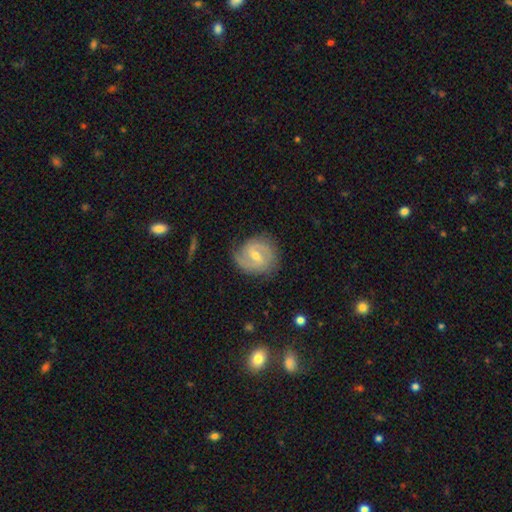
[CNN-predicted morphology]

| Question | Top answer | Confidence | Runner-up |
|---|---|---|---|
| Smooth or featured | featured or disk | 82% | smooth (12%) |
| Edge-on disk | no | 97% | yes (3%) |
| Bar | weak | 54% | strong (25%) |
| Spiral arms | yes | 94% | no (6%) |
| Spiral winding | medium | 47% | tight (38%) |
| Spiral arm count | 2 | 86% | can't tell (7%) |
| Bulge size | small | 49% | moderate (48%) |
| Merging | none | 80% | minor disturbance (14%) |